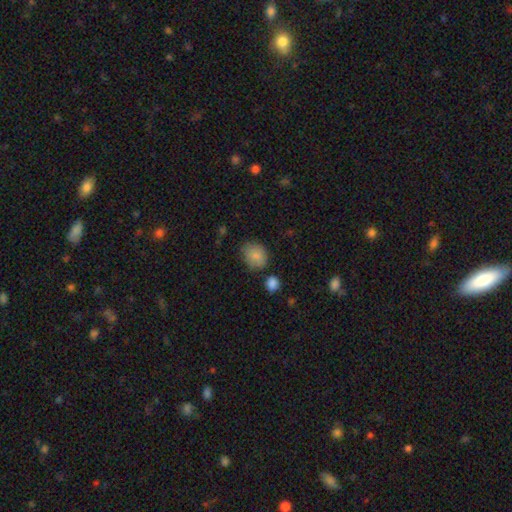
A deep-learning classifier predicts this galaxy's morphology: This appears to be a smooth galaxy with no disk features (84%) that is round (56%). Merging: none (68%).